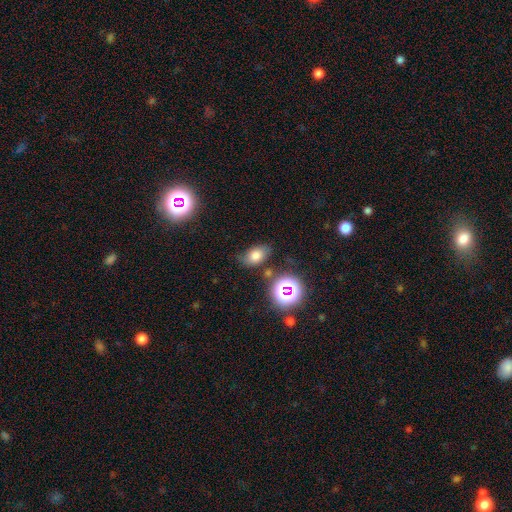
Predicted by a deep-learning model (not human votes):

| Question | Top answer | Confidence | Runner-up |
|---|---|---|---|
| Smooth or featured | smooth | 71% | star or artifact (17%) |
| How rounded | in between | 82% | round (16%) |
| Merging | none | 72% | minor disturbance (18%) |